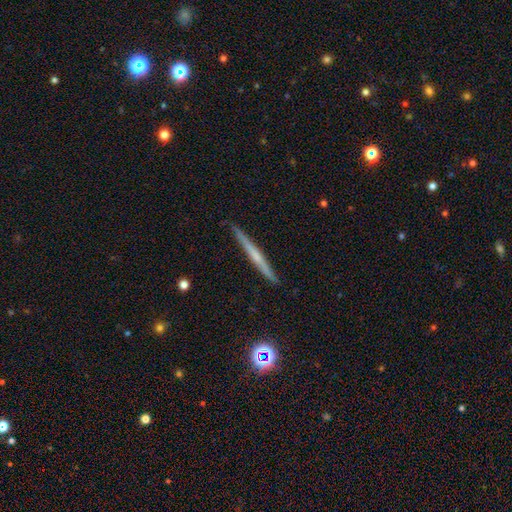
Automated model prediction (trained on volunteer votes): A featured or disk galaxy (61%) viewed edge-on (97%) with no central bulge (54%). Merging: none (90%).